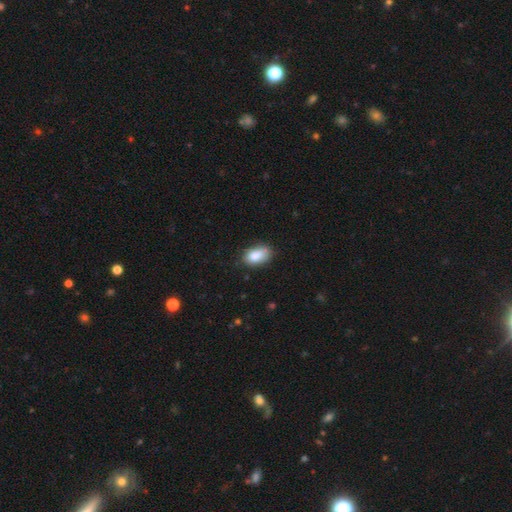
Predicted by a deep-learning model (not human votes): Smooth or featured? smooth (83%)
How rounded? in between (90%)
Merging? none (69%)